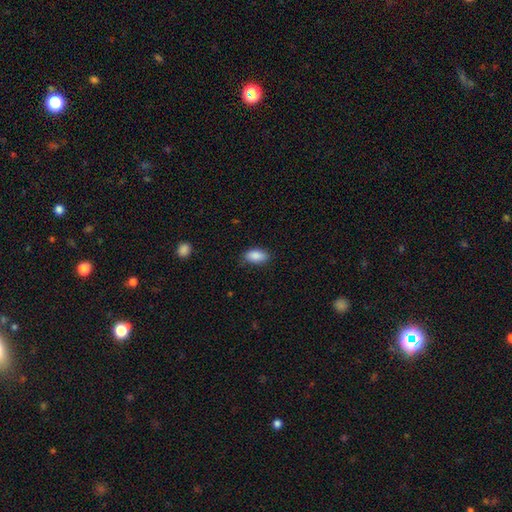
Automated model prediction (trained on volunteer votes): Q: Smooth or featured?
A: smooth (89%); runner-up: star or artifact (7%)
Q: How rounded?
A: in between (92%); runner-up: cigar-shaped (5%)
Q: Merging?
A: none (81%); runner-up: minor disturbance (15%)